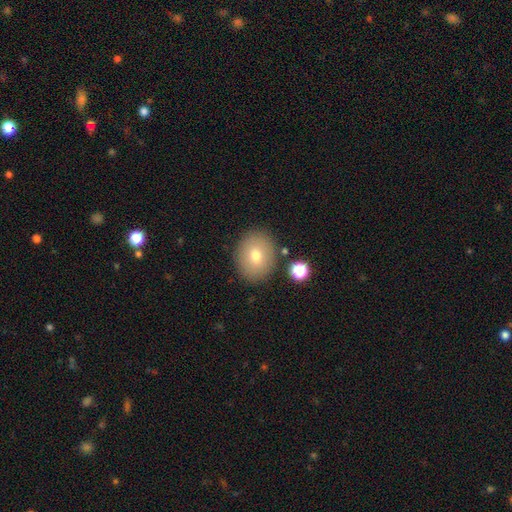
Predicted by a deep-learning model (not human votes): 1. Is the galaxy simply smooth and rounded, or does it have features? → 73% smooth, 17% featured or disk, 10% star or artifact.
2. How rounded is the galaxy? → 54% round, 45% in between, 1% cigar-shaped.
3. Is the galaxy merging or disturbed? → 85% none, 9% minor disturbance, 4% merger, 3% major disturbance.